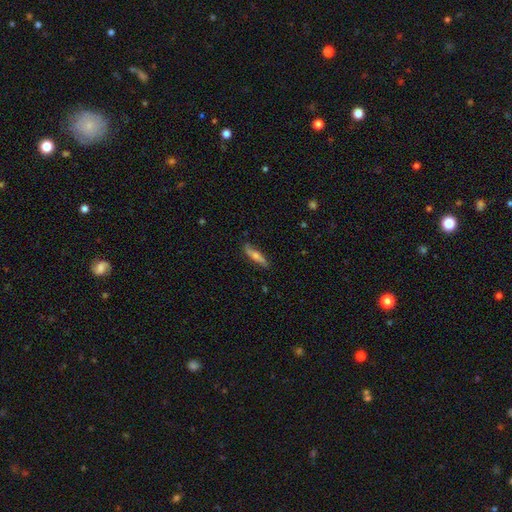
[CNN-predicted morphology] This appears to be a smooth galaxy with no disk features (48%). Merging: none (82%).